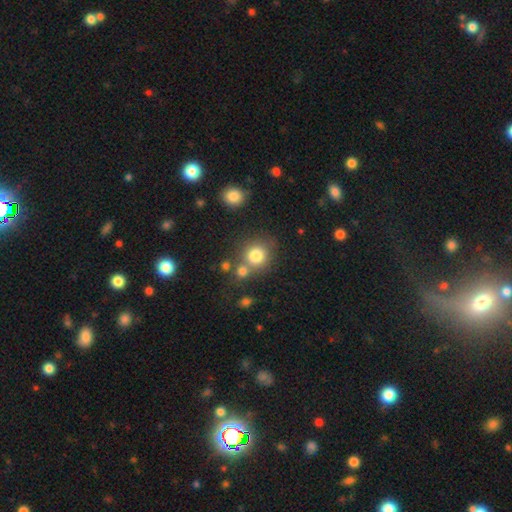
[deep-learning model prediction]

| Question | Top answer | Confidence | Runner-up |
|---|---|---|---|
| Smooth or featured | smooth | 80% | star or artifact (12%) |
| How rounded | round | 86% | in between (13%) |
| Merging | none | 61% | merger (23%) |